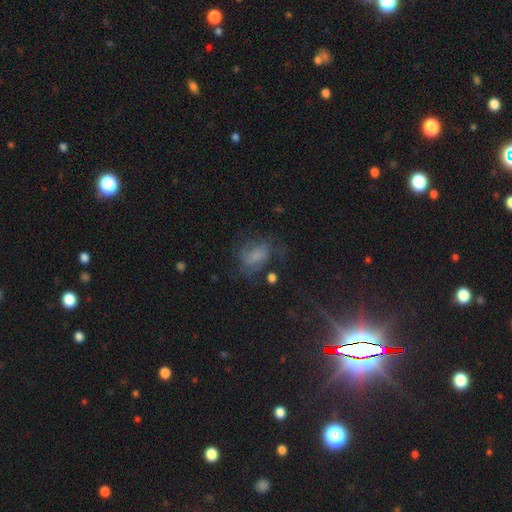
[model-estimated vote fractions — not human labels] This is marginally a smooth galaxy (42%). Merging: possibly none (47%).